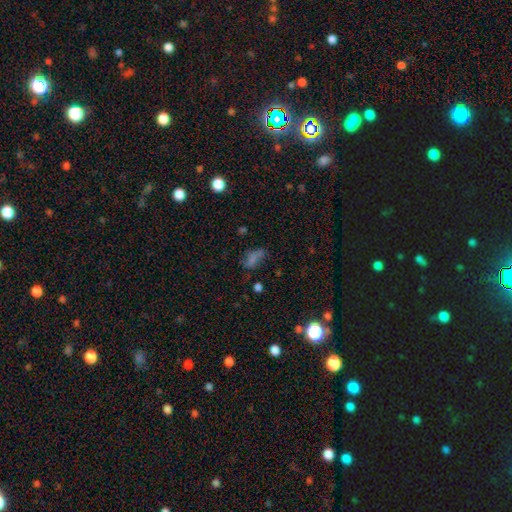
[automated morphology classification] A smooth galaxy with no disk features (49%). Merging: none (52%).